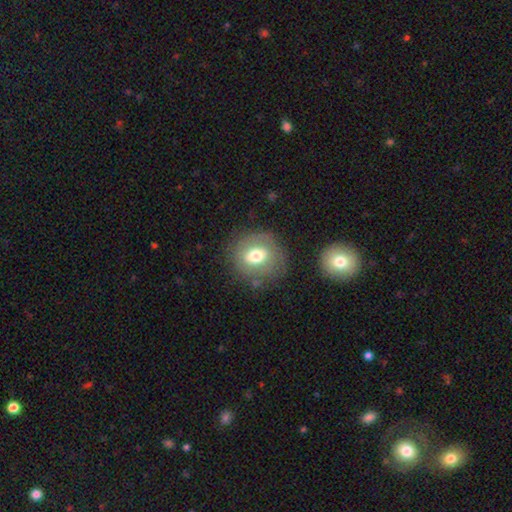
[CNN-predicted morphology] This is possibly a smooth galaxy (59%). How rounded: likely round (74%). Merging: likely none (74%).